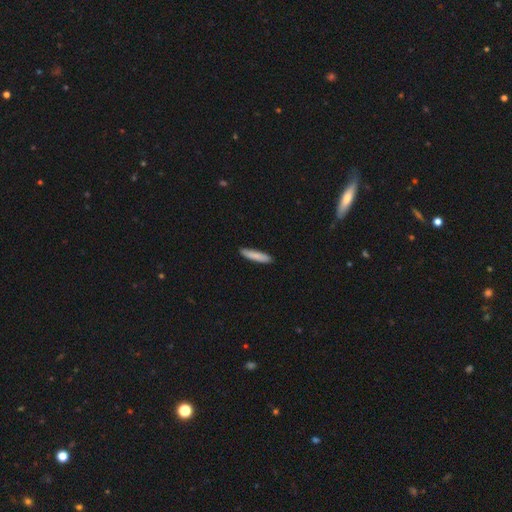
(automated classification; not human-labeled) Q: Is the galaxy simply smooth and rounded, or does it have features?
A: smooth — 85%.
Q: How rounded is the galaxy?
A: cigar-shaped — 86%.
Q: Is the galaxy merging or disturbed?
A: none — 89%.